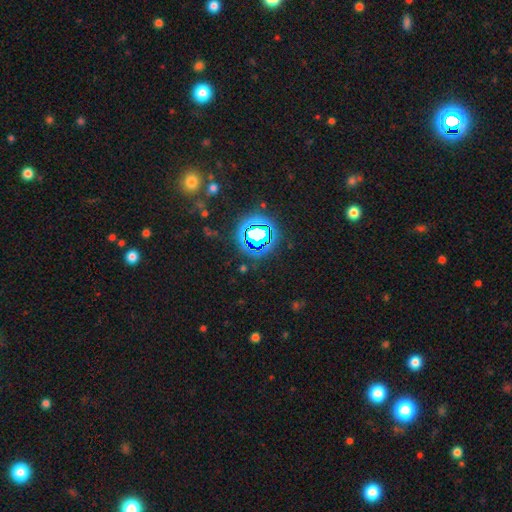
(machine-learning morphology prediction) This is likely a star or artifact rather than a galaxy (79%).